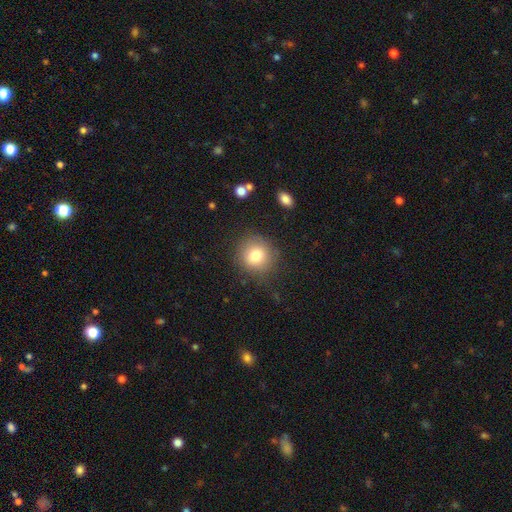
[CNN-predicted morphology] smooth-or-featured: smooth: 80% | star or artifact: 10% | featured or disk: 9%
  how-rounded: round: 88% | in between: 11% | cigar-shaped: 1%
  merging: none: 82% | minor disturbance: 12% | major disturbance: 4% | merger: 2%